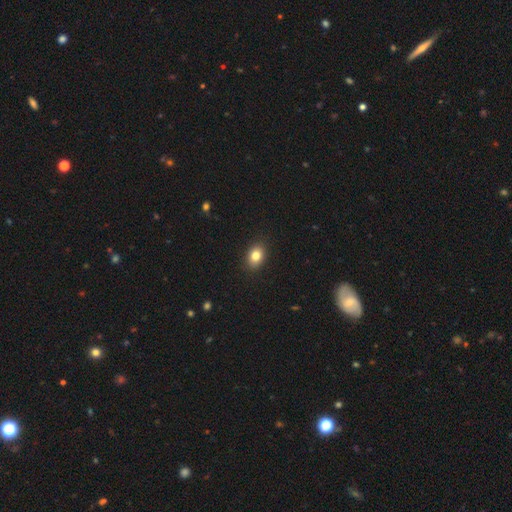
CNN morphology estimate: The model was most divided on "how rounded": in between: 73%, round: 26%, cigar-shaped: 1%. More confident: merging — none (89%); smooth or featured — smooth (82%).